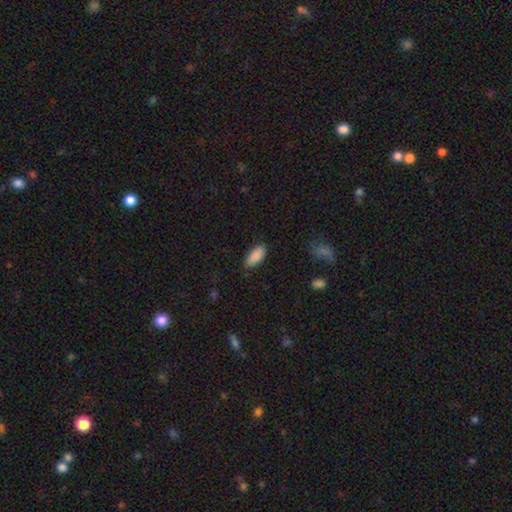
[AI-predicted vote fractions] This is clearly a smooth galaxy (89%). How rounded: clearly in between (88%). Merging: clearly none (83%).